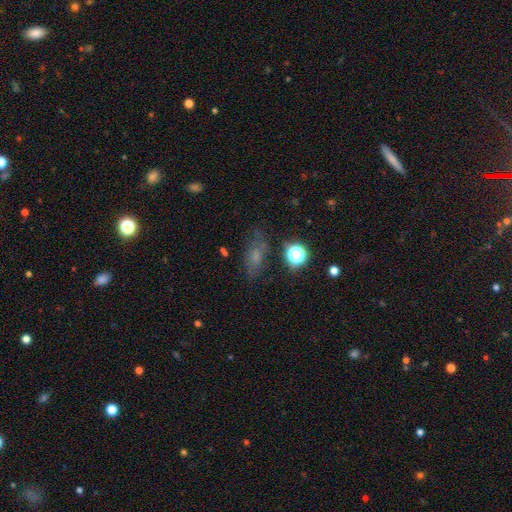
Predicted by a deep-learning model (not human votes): This appears to be a smooth galaxy with no disk features (50%) that is in between round and cigar-shaped (71%). Merging: none (63%).